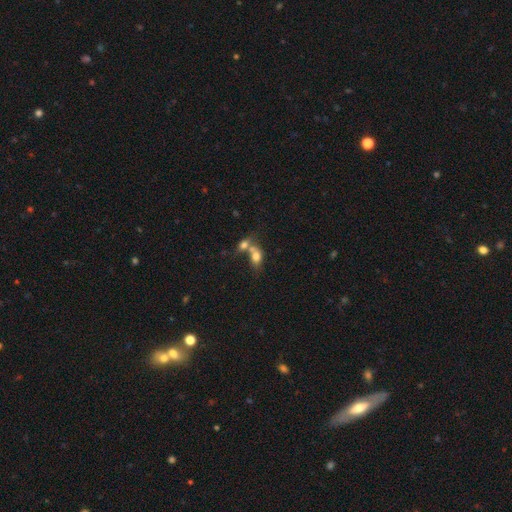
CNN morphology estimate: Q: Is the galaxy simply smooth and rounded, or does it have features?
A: smooth — 73%.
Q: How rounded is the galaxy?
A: in between — 73%.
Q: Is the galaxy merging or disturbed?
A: merger — 67%.